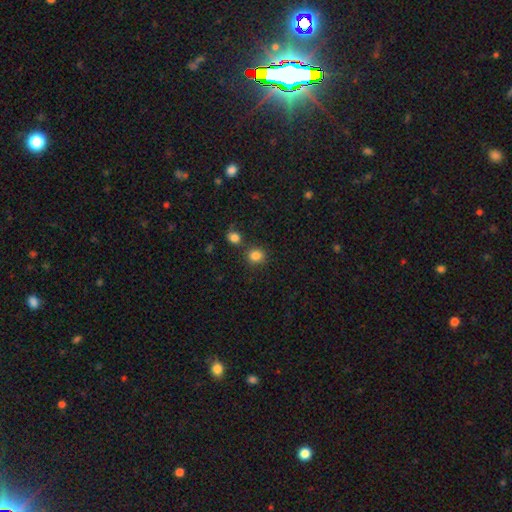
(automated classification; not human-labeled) Smooth or featured: smooth — 84% (star or artifact — 11%)
How rounded: round — 80% (in between — 19%)
Merging: none — 76% (merger — 12%)